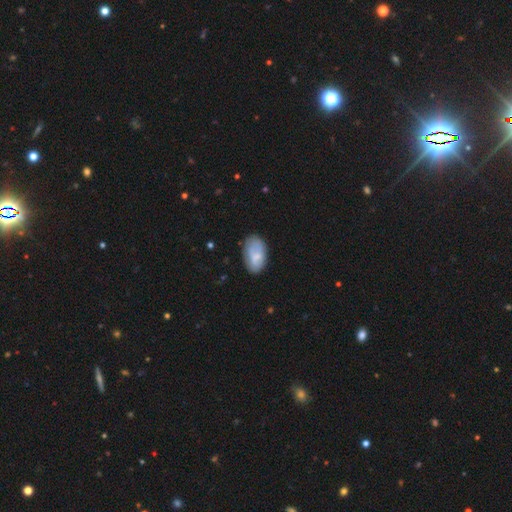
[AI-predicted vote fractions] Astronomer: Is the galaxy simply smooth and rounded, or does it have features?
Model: smooth — 68%.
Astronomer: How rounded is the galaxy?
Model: in between — 93%.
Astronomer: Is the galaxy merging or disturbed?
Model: none — 66%.